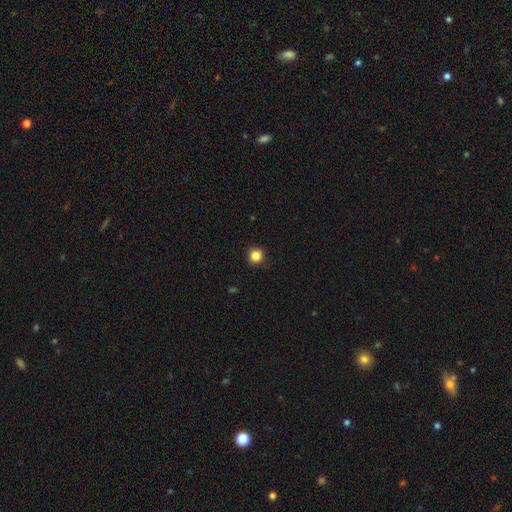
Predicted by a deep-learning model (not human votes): A smooth galaxy with no disk features (85%) that is round (94%). Merging: none (92%).